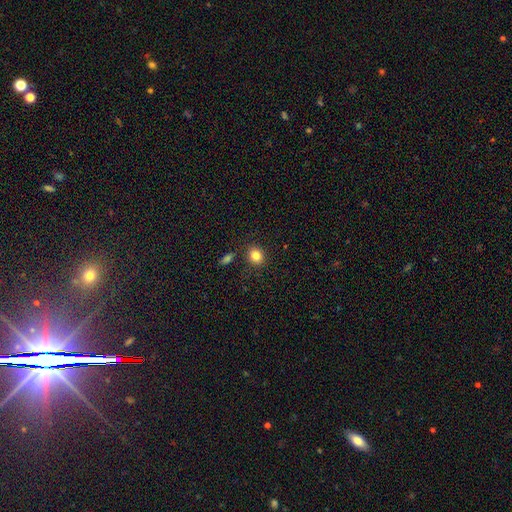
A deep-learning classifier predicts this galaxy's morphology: This appears to be a smooth galaxy with no disk features (84%) that is round (72%). Merging: none (85%).